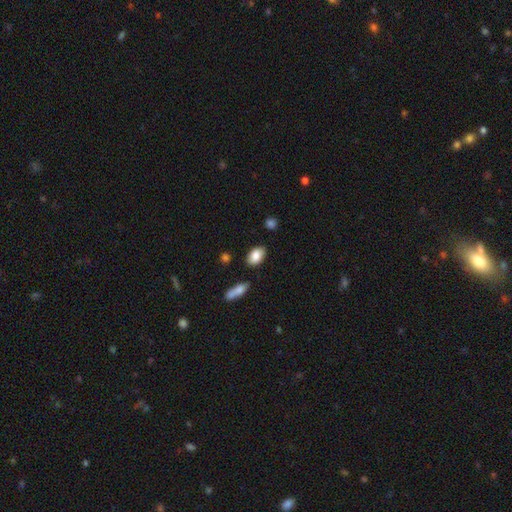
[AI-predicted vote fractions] Smooth or featured? smooth (84%)
How rounded? in between (89%)
Merging? none (82%)